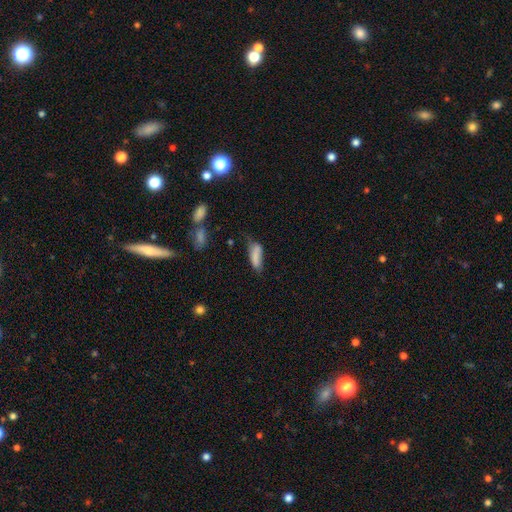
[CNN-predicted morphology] smooth_or_featured: smooth (p=0.74) [alt: featured or disk p=0.17]
how_rounded: in between (p=0.64) [alt: cigar-shaped p=0.34]
merging: none (p=0.37) [alt: minor disturbance p=0.35]